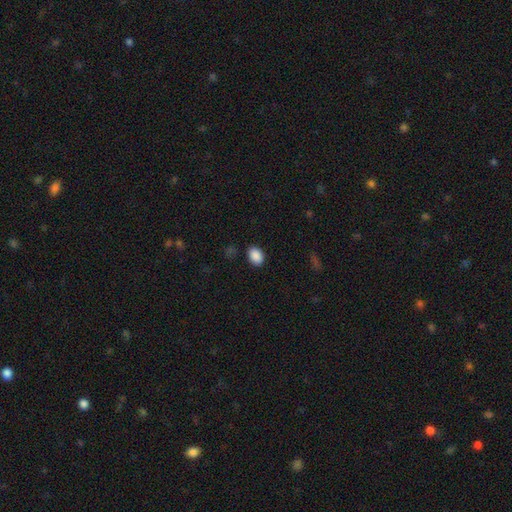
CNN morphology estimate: Smooth or featured?
  - smooth: 89% *
  - star or artifact: 8%
  - featured or disk: 3%
How rounded?
  - in between: 80% *
  - round: 19%
  - cigar-shaped: 1%
Merging?
  - none: 86% *
  - minor disturbance: 10%
  - major disturbance: 3%
  - merger: 2%